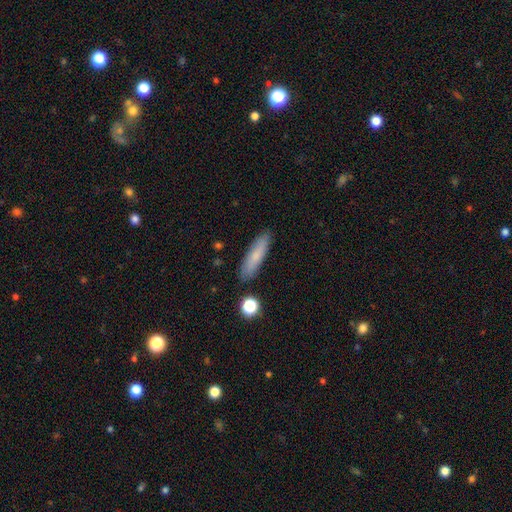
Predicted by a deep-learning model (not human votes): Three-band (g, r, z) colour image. It shows a smooth galaxy with no disk features (73%) that is cigar-shaped (71%). Merging: none (86%).